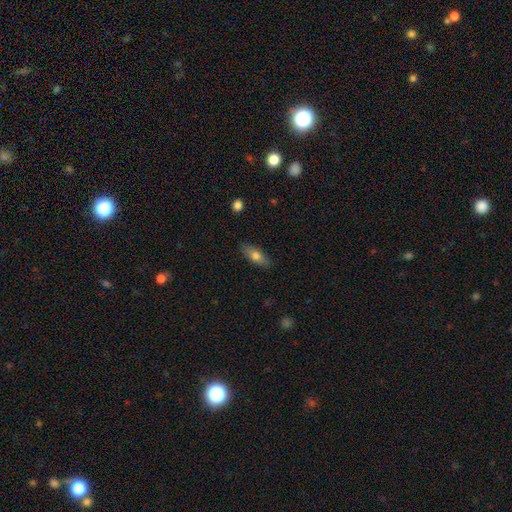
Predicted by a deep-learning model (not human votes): smooth-or-featured: smooth: 71% | featured or disk: 22% | star or artifact: 7%
  how-rounded: in between: 71% | cigar-shaped: 25% | round: 3%
  merging: none: 86% | minor disturbance: 11% | major disturbance: 2% | merger: 1%